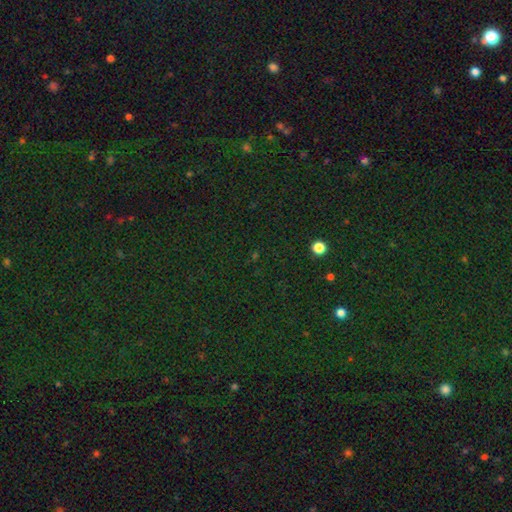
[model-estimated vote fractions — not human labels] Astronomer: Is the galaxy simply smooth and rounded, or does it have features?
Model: star or artifact — 77%.